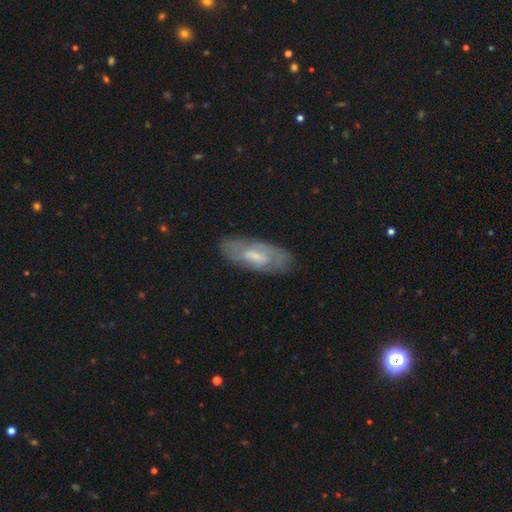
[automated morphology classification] Smooth or featured? Predicted: featured or disk (p=0.57). Edge-on disk? Predicted: no (p=0.83). Merging? Predicted: none (p=0.73).